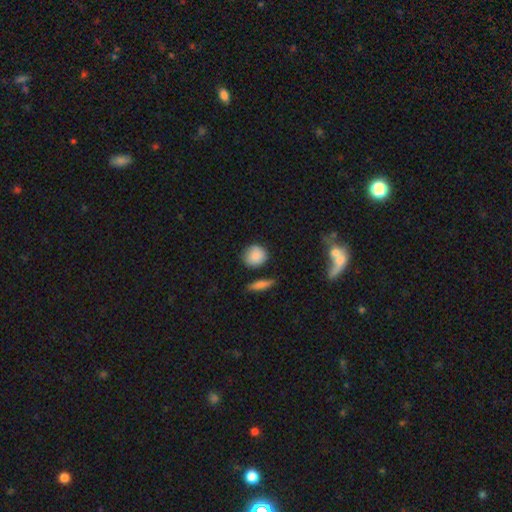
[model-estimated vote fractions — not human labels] Smooth or featured? Predicted: smooth (p=0.85). How rounded? Predicted: round (p=0.84). Merging? Predicted: none (p=0.78).